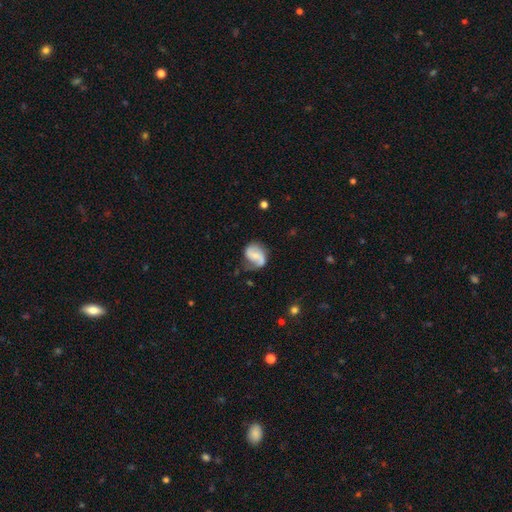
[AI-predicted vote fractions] Smooth or featured? featured or disk (66%)
Edge-on disk? no (98%)
Bar? no (45%)
Spiral arms? yes (90%)
Spiral winding? loose (42%)
Spiral arm count? 2 (78%)
Bulge size? small (46%)
Merging? none (54%)